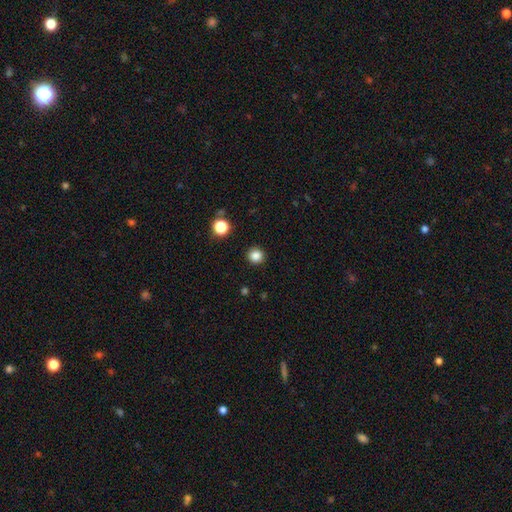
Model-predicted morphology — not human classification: A smooth galaxy with no disk features (85%) that is round (93%). Merging: none (92%).